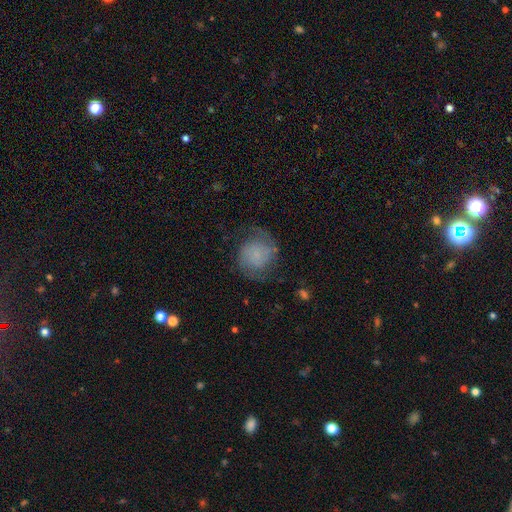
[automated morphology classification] type=featured or disk (62%); edge-on=no (98%); bar=no (75%); spiral arms=yes (92%); winding=medium (44%); arm count=2 (87%); bulge=small (44%); merging=none (68%).